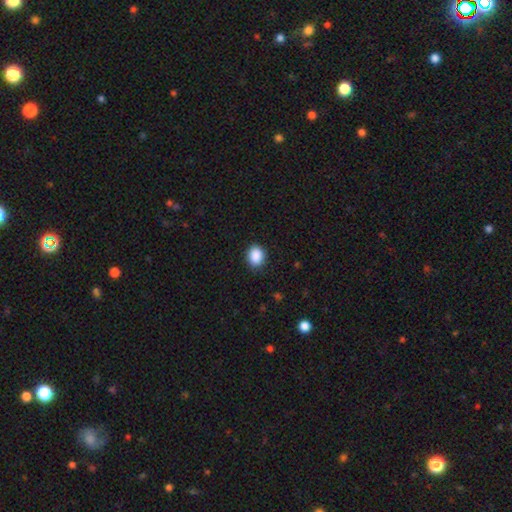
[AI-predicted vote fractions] Smooth or featured?
  - smooth: 89% *
  - star or artifact: 8%
  - featured or disk: 3%
How rounded?
  - in between: 51% *
  - round: 48%
  - cigar-shaped: 1%
Merging?
  - none: 88% *
  - minor disturbance: 9%
  - major disturbance: 2%
  - merger: 1%